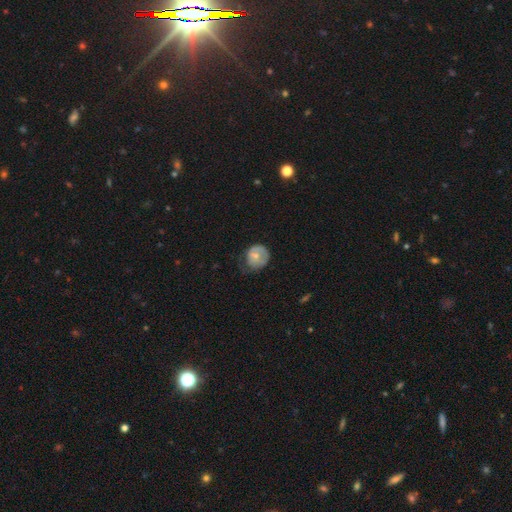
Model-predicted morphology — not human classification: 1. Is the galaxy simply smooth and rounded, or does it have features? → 57% smooth, 36% featured or disk, 7% star or artifact.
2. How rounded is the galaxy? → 75% round, 25% in between, 1% cigar-shaped.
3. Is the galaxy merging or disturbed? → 44% none, 35% minor disturbance, 20% major disturbance, 1% merger.